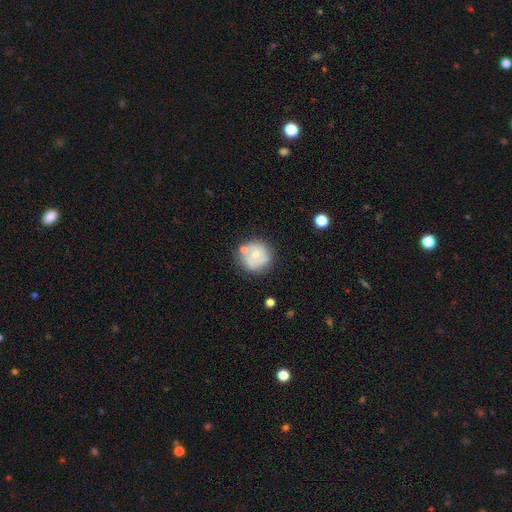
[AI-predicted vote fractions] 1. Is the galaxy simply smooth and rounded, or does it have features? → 54% smooth, 38% featured or disk, 8% star or artifact.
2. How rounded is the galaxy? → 91% round, 9% in between, 1% cigar-shaped.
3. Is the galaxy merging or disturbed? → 61% none, 19% minor disturbance, 14% merger, 7% major disturbance.